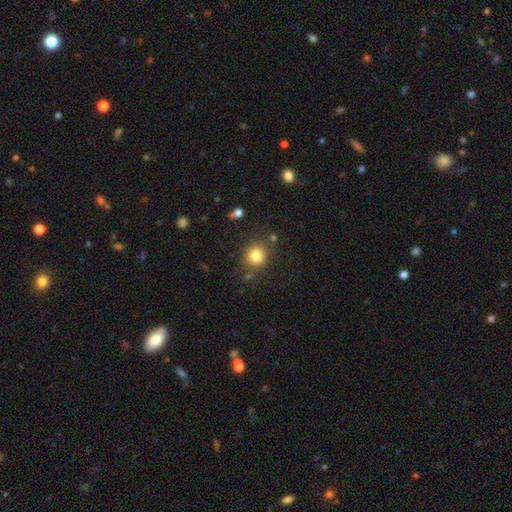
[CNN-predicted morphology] smooth 82%, star or artifact 12%, featured or disk 6%. Down the decision tree: how rounded — round (84%); merging — none (80%).